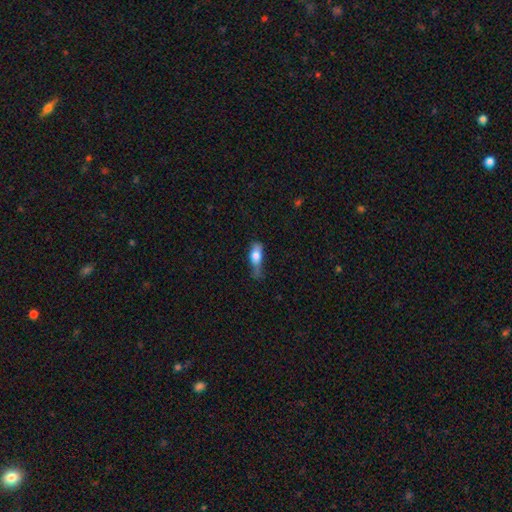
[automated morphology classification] A smooth galaxy with no disk features (71%) that is in between round and cigar-shaped (69%).

Vote fractions:
- Smooth or featured? smooth: 71% / featured or disk: 22% / star or artifact: 8%
- How rounded? in between: 69% / cigar-shaped: 26% / round: 5%
- Merging? minor disturbance: 40% / none: 30% / major disturbance: 26% / merger: 4%